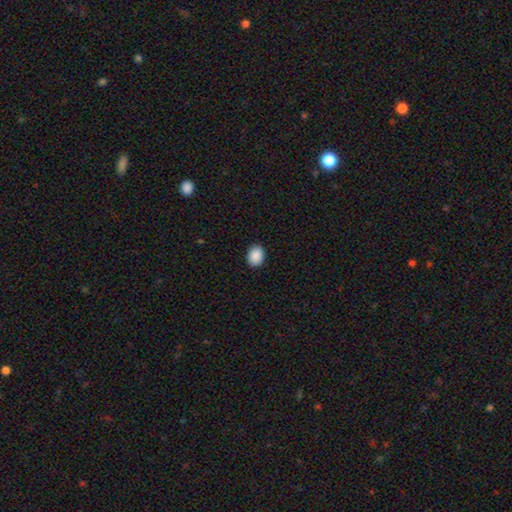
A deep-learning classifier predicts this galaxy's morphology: smooth-or-featured: smooth: 90% | star or artifact: 8% | featured or disk: 3%
  how-rounded: in between: 65% | round: 34% | cigar-shaped: 1%
  merging: none: 90% | minor disturbance: 7% | major disturbance: 2% | merger: 1%